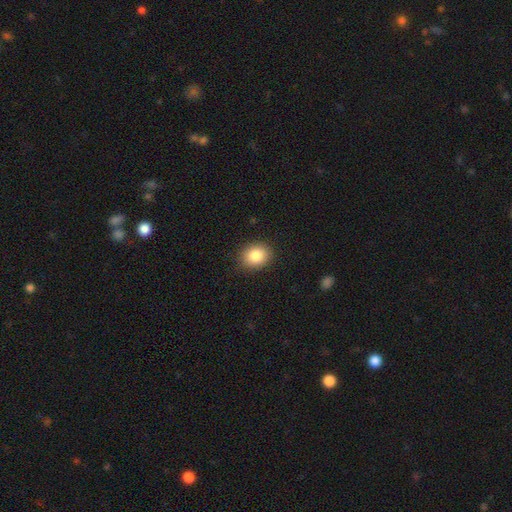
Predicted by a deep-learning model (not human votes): Overall: smooth (86%). How rounded: round (50%; in between 49%). Merging: none (88%).